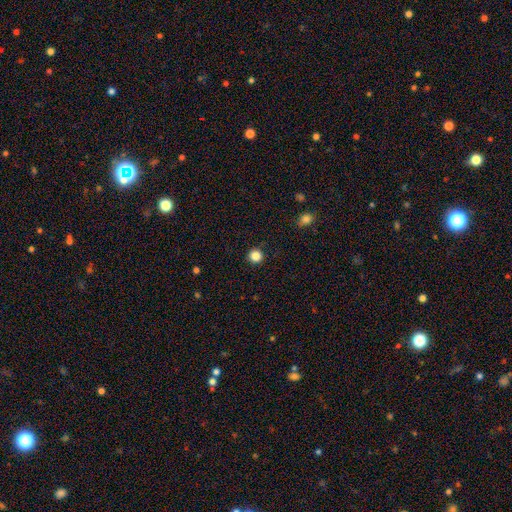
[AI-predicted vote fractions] This appears to be a smooth galaxy with no disk features (85%) that is round (95%). Merging: none (93%).